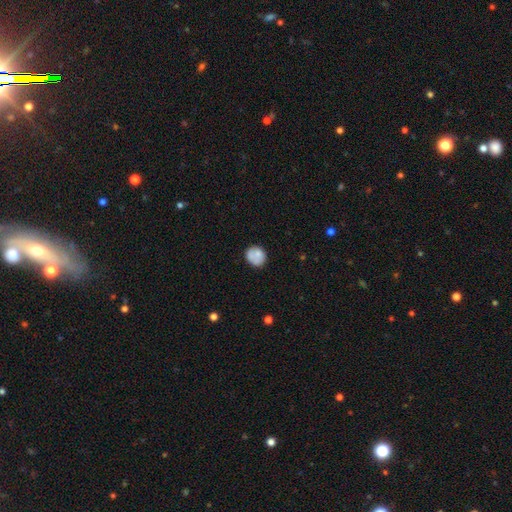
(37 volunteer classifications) Smooth or featured?
  - smooth: 76% *
  - featured or disk: 22%
  - star or artifact: 3%
How rounded?
  - round: 75% *
  - in between: 25%
  - cigar-shaped: 0%
Merging?
  - none: 67% *
  - minor disturbance: 19%
  - merger: 8%
  - major disturbance: 6%